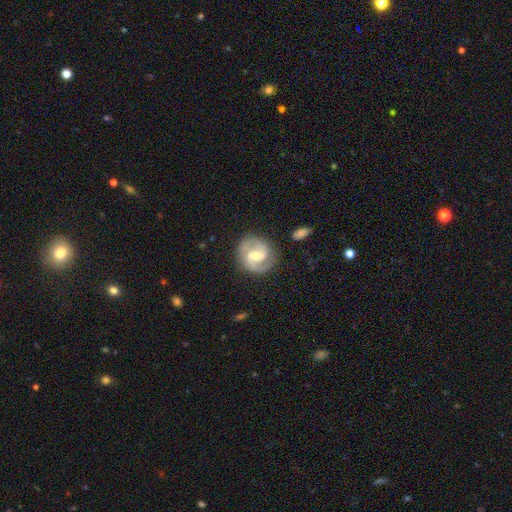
A featured or disk galaxy (74%) with a weak bar (68%), 2 (96%) medium (54%) spiral arms (86%) and a moderate central bulge (61%). Merging: none (72%).